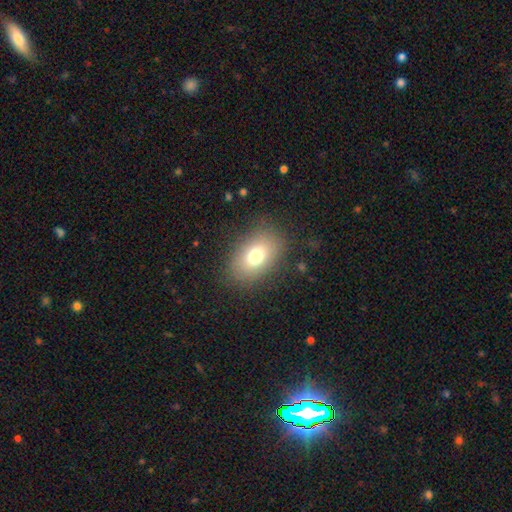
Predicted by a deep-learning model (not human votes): Q: Smooth or featured?
A: smooth (74%); runner-up: featured or disk (14%)
Q: How rounded?
A: in between (81%); runner-up: round (18%)
Q: Merging?
A: none (83%); runner-up: minor disturbance (11%)